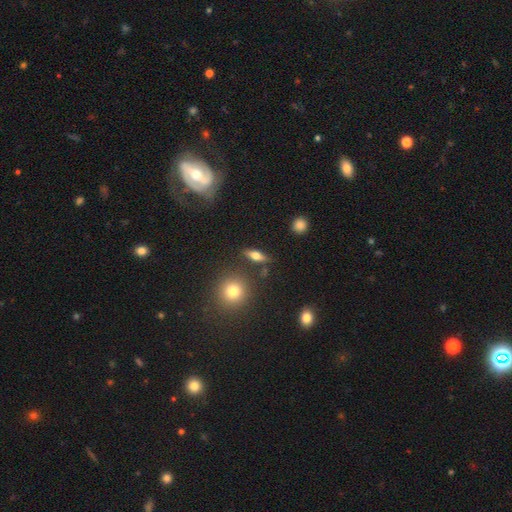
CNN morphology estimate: This appears to be a smooth galaxy with no disk features (53%) that is in between round and cigar-shaped (56%). Merging: none (81%).